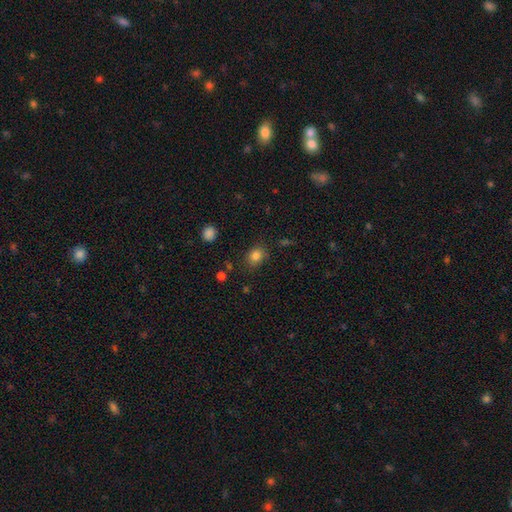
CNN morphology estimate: type=smooth (82%); roundness=round (55%); merging=none (79%).